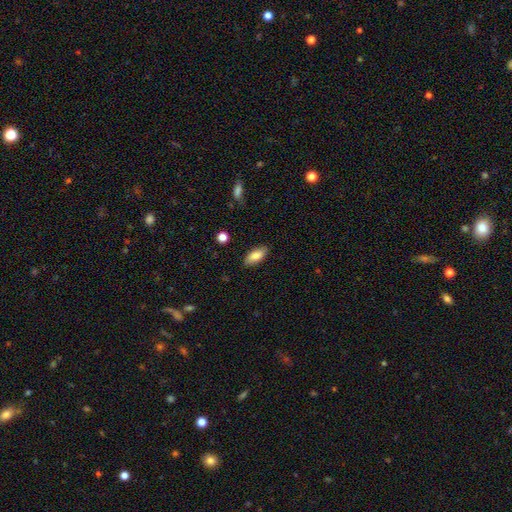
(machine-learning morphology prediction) Smooth or featured: smooth — 82% (featured or disk — 11%)
How rounded: in between — 85% (cigar-shaped — 13%)
Merging: none — 86% (minor disturbance — 11%)